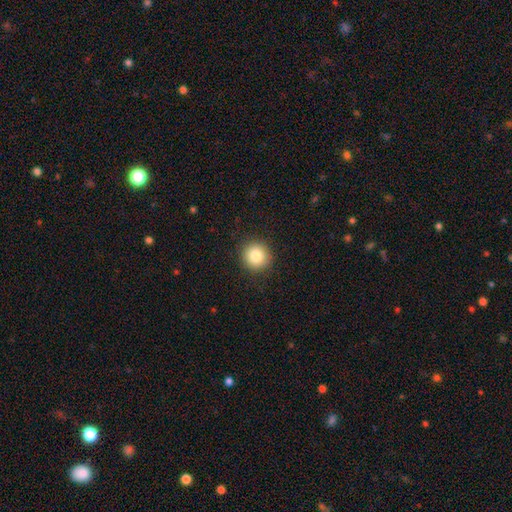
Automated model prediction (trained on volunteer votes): Q: Smooth or featured?
A: smooth (84%); runner-up: star or artifact (9%)
Q: How rounded?
A: round (93%); runner-up: in between (6%)
Q: Merging?
A: none (91%); runner-up: minor disturbance (6%)